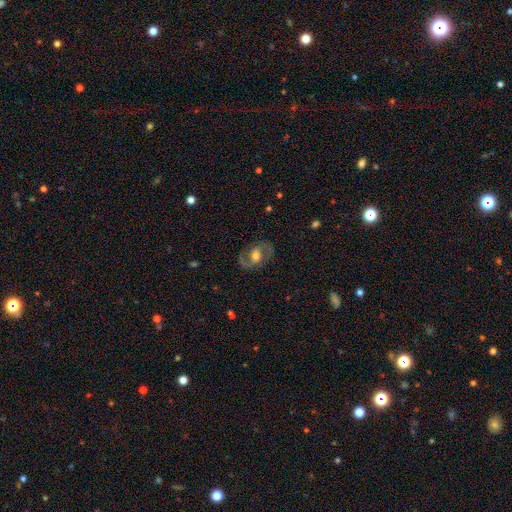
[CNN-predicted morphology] type=featured or disk (75%); edge-on=no (96%); bar=no (44%); spiral arms=yes (81%); winding=medium (55%); arm count=2 (88%); bulge=moderate (60%); merging=none (80%).